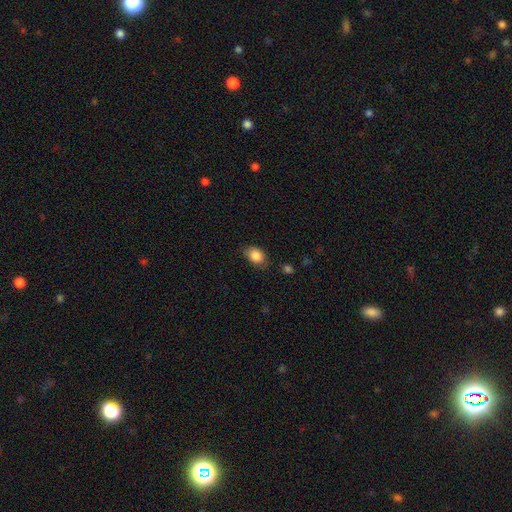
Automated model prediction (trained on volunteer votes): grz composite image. It shows a smooth galaxy with no disk features (86%) that is in between round and cigar-shaped (76%). Merging: none (75%).